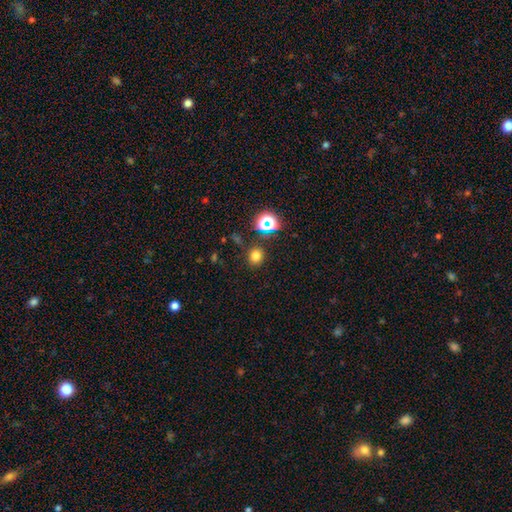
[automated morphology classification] This is likely a smooth galaxy (73%). How rounded: likely round (80%). Merging: clearly none (84%).